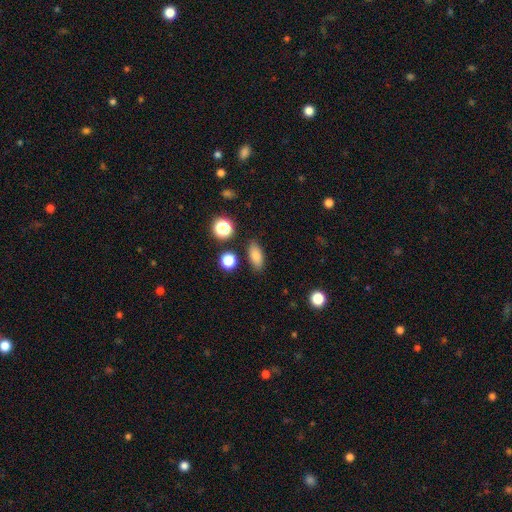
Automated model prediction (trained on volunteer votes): The model was most divided on "how rounded": in between: 79%, cigar-shaped: 13%, round: 8%. More confident: merging — none (85%); smooth or featured — smooth (83%).